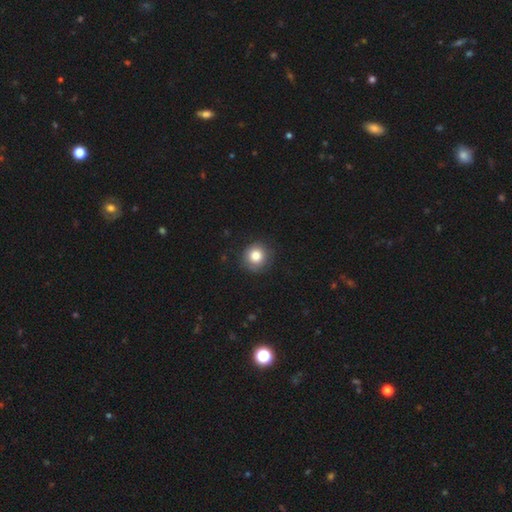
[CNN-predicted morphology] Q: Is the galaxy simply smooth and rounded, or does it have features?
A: smooth — 83%.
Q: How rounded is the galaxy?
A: round — 92%.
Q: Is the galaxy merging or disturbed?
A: none — 86%.